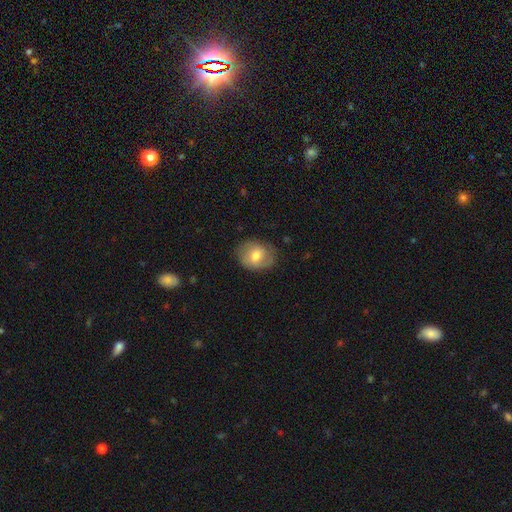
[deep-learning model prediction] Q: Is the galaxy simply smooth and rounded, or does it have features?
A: smooth — 61%.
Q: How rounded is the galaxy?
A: in between — 52%.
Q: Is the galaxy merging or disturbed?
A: none — 73%.